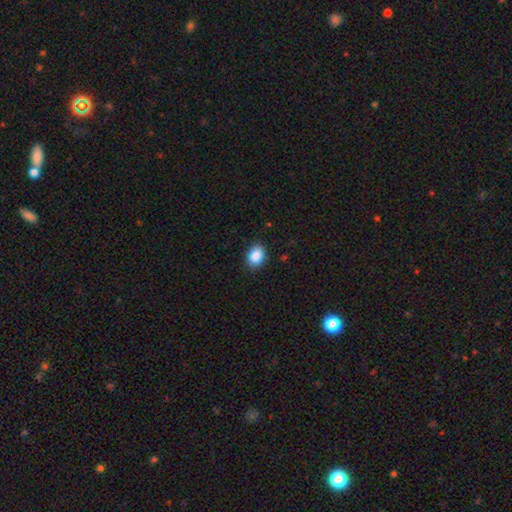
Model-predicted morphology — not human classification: Smooth or featured? Predicted: smooth (p=0.88). How rounded? Predicted: in between (p=0.71). Merging? Predicted: none (p=0.87).